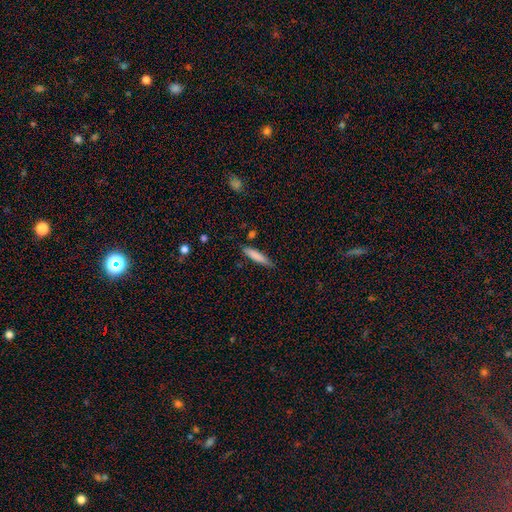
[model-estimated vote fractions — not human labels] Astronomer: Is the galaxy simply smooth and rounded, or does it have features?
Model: smooth — 82%.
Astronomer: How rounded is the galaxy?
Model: cigar-shaped — 83%.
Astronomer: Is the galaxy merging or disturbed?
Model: none — 81%.